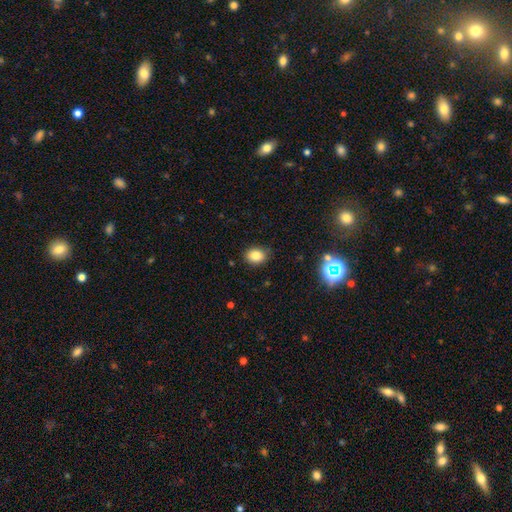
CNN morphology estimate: smooth_or_featured: smooth (p=0.83) [alt: star or artifact p=0.11]
how_rounded: in between (p=0.52) [alt: round p=0.47]
merging: none (p=0.86) [alt: minor disturbance p=0.11]